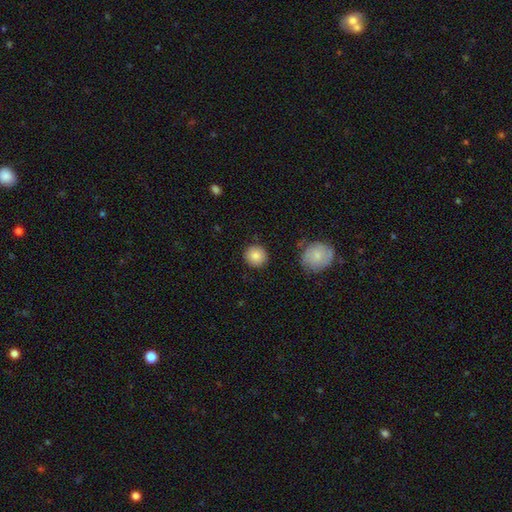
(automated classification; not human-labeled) Overall: smooth (86%). How rounded: round (92%). Merging: none (89%).